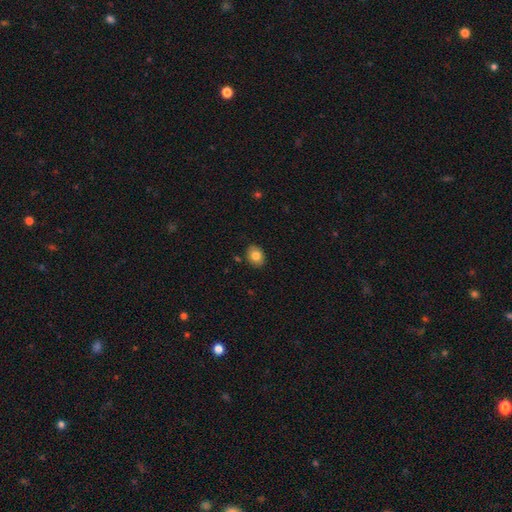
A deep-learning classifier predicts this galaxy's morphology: Smooth or featured?
  - smooth: 82% *
  - featured or disk: 10%
  - star or artifact: 8%
How rounded?
  - in between: 71% *
  - round: 29%
  - cigar-shaped: 1%
Merging?
  - none: 87% *
  - minor disturbance: 10%
  - major disturbance: 2%
  - merger: 2%